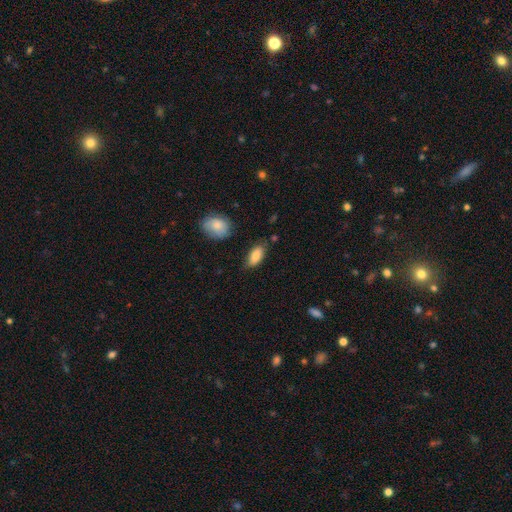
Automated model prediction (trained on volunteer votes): smooth 85%, featured or disk 8%, star or artifact 7%. Down the decision tree: how rounded — in between (91%); merging — none (75%).